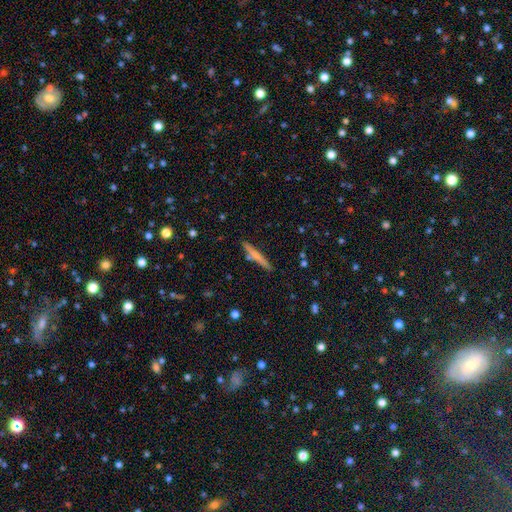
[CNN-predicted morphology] Smooth or featured? Predicted: smooth (p=0.54). How rounded? Predicted: cigar-shaped (p=0.95). Merging? Predicted: none (p=0.84).